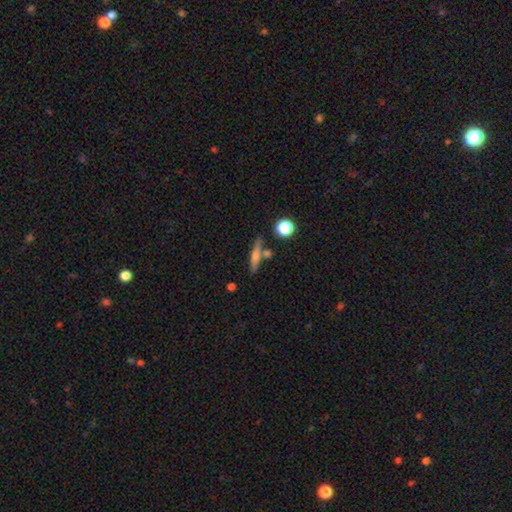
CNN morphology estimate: The model was most divided on "smooth or featured": smooth: 54%, featured or disk: 38%, star or artifact: 9%. More confident: how rounded — cigar-shaped (78%); merging — none (72%).